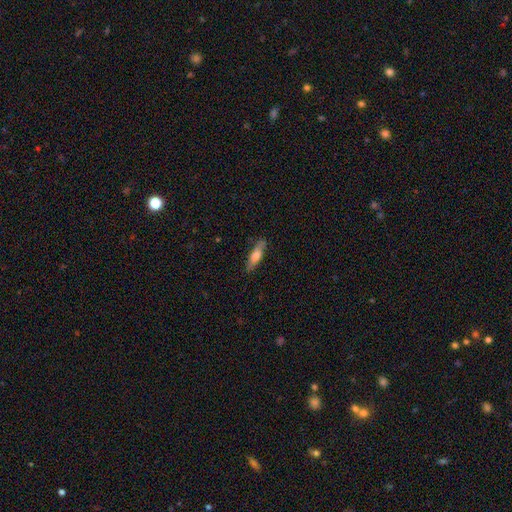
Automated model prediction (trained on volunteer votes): This appears to be a smooth galaxy with no disk features (63%) that is cigar-shaped (60%). Merging: none (80%).